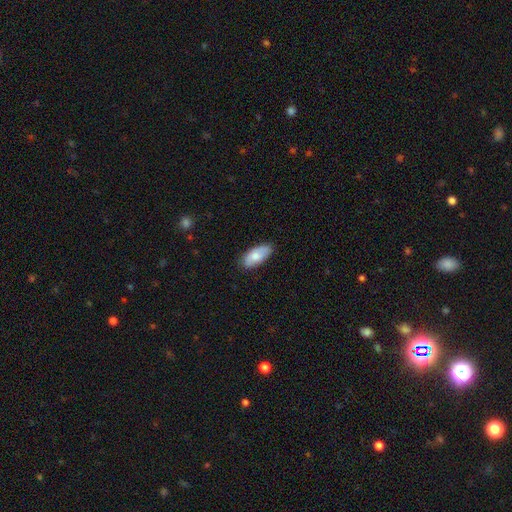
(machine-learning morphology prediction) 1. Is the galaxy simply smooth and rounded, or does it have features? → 74% smooth, 20% featured or disk, 6% star or artifact.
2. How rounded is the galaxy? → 91% in between, 7% cigar-shaped, 2% round.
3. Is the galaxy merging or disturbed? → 78% none, 18% minor disturbance, 3% major disturbance, 1% merger.